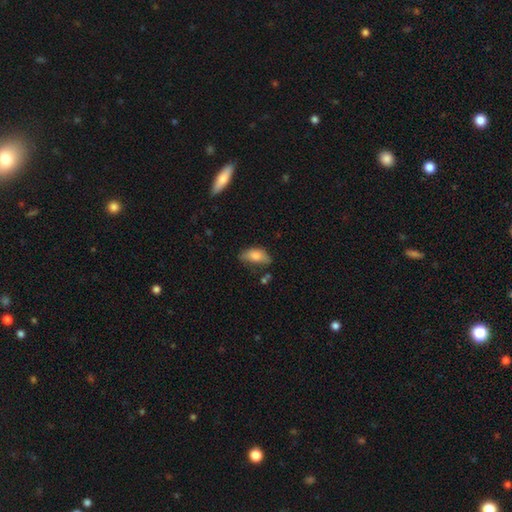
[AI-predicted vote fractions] A smooth galaxy with no disk features (78%) that is in between round and cigar-shaped (89%).

Vote fractions:
- Smooth or featured? smooth: 78% / featured or disk: 15% / star or artifact: 7%
- How rounded? in between: 89% / cigar-shaped: 7% / round: 4%
- Merging? none: 46% / minor disturbance: 36% / major disturbance: 13% / merger: 5%